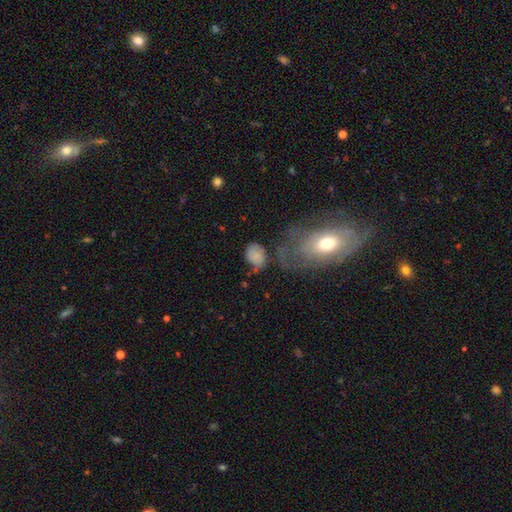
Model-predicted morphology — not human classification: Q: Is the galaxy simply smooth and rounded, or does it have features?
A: smooth — 74%.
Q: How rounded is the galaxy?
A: in between — 60%.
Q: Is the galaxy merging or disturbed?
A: none — 48%.